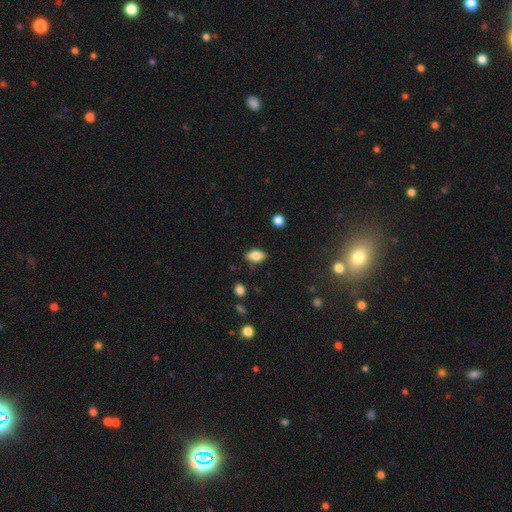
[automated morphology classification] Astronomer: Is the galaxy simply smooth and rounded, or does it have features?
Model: smooth — 78%.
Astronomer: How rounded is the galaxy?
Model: in between — 88%.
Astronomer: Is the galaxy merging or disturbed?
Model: none — 82%.